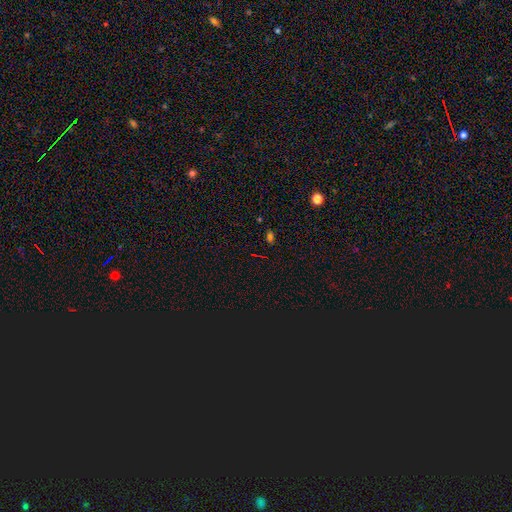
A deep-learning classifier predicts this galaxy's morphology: smooth_or_featured: star or artifact (p=0.54) [alt: smooth p=0.35]